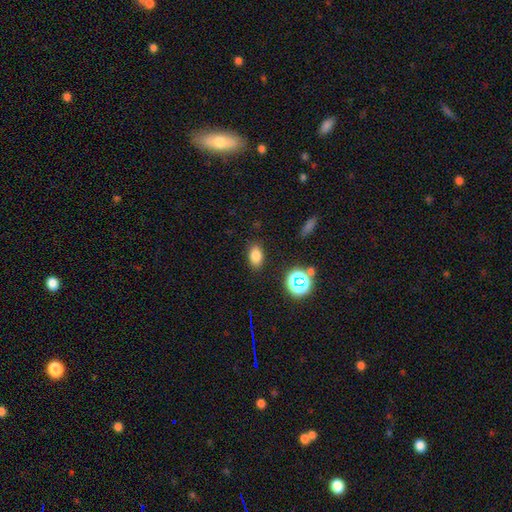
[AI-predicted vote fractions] Morphology: type=smooth (78%); roundness=in between (84%); merging=none (85%).